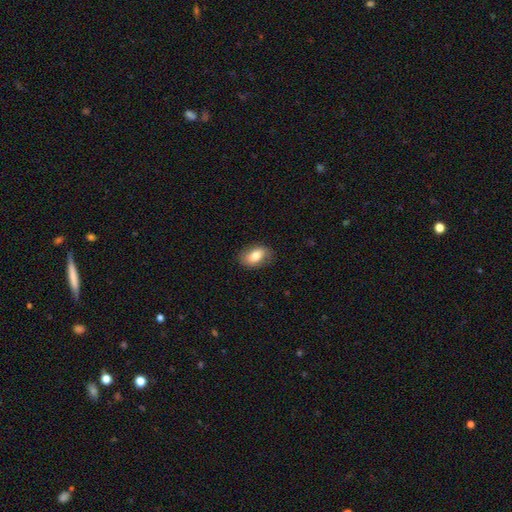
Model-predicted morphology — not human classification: Overall: smooth (75%). How rounded: in between (87%). Merging: none (81%).